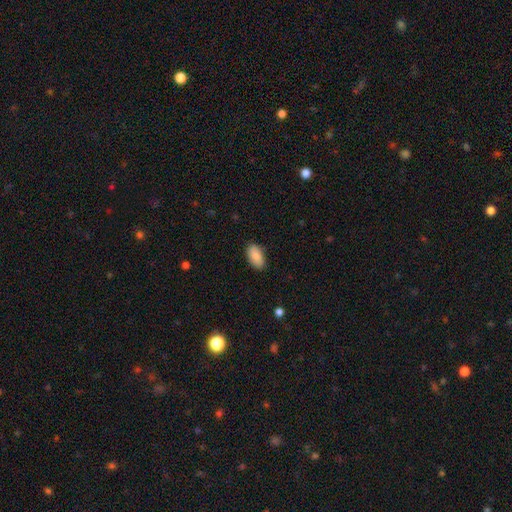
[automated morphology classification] This is clearly a smooth galaxy (87%). How rounded: clearly in between (93%). Merging: clearly none (85%).